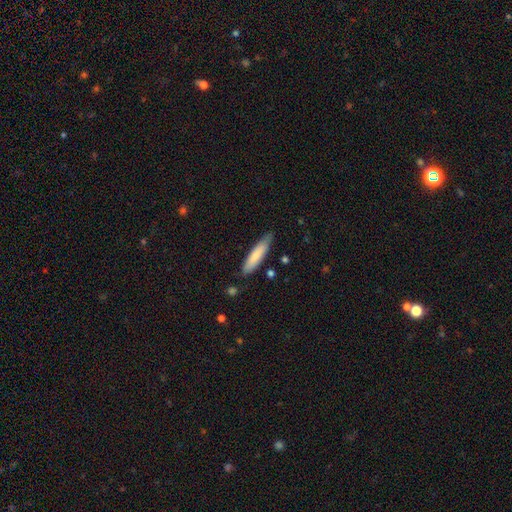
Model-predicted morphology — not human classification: smooth_or_featured: smooth (p=0.79) [alt: featured or disk p=0.15]
how_rounded: cigar-shaped (p=0.80) [alt: in between p=0.18]
merging: none (p=0.77) [alt: minor disturbance p=0.18]